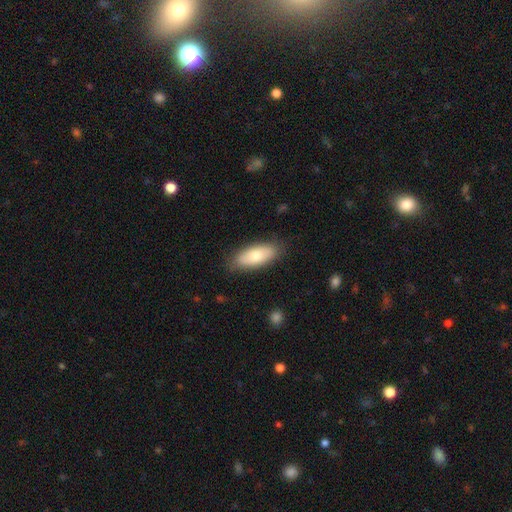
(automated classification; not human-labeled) A smooth galaxy with no disk features (72%) that is in between round and cigar-shaped (83%).

Vote fractions:
- Smooth or featured? smooth: 72% / featured or disk: 22% / star or artifact: 6%
- How rounded? in between: 83% / cigar-shaped: 15% / round: 3%
- Merging? none: 84% / minor disturbance: 12% / major disturbance: 3% / merger: 1%